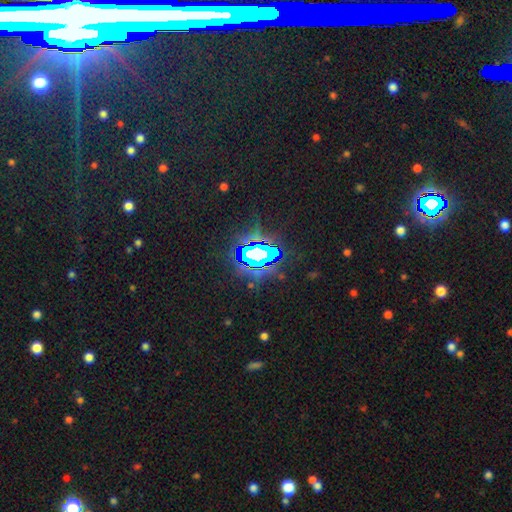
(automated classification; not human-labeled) Q: Smooth or featured?
A: star or artifact (76%); runner-up: smooth (12%)